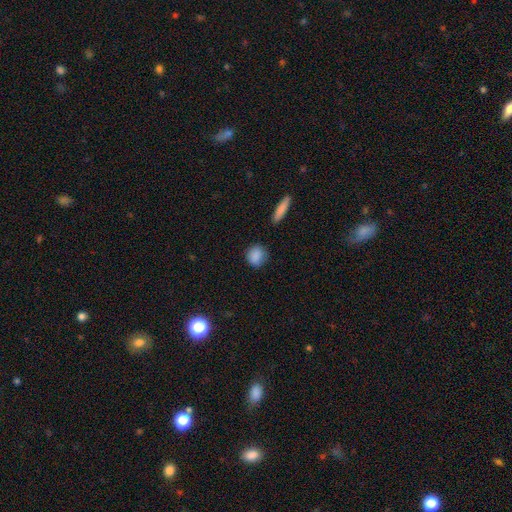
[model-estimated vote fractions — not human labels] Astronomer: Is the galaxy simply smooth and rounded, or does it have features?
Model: smooth — 87%.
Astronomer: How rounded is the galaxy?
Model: round — 71%.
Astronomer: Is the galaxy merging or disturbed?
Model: none — 81%.